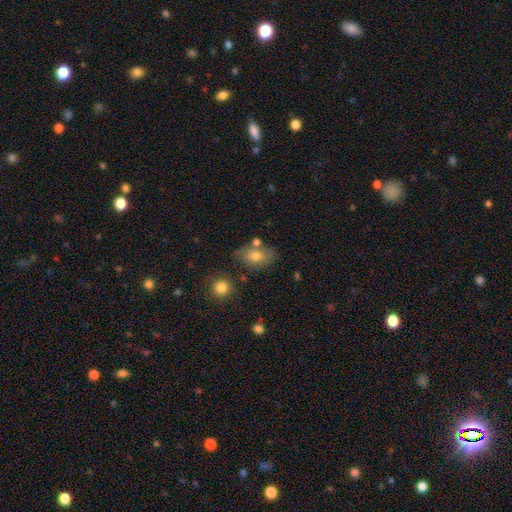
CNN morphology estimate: Smooth or featured? smooth (72%)
How rounded? in between (83%)
Merging? none (62%)